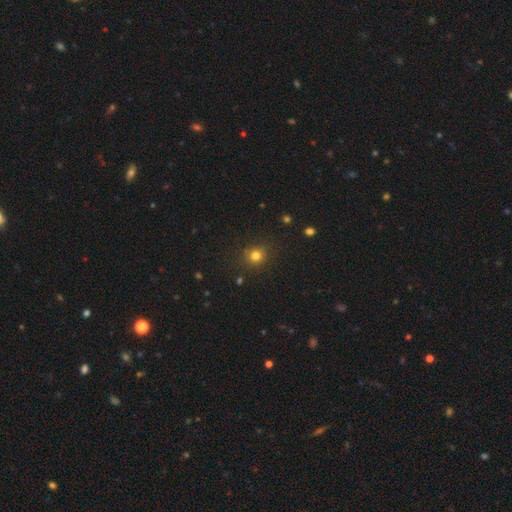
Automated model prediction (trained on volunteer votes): The model was most divided on "smooth or featured": smooth: 78%, star or artifact: 16%, featured or disk: 6%. More confident: how rounded — round (86%); merging — none (86%).